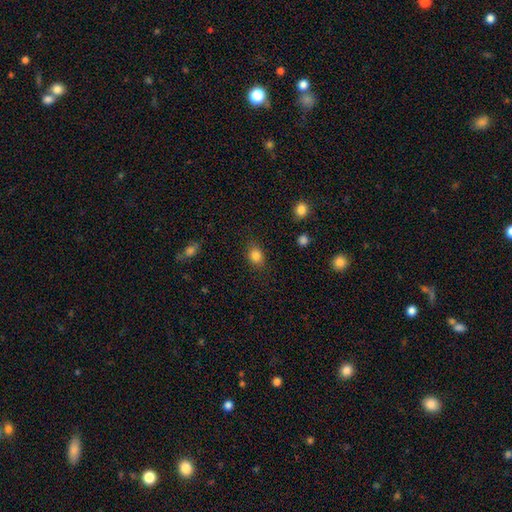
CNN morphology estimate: Overall: smooth (83%). How rounded: round (50%; in between 49%). Merging: none (84%).